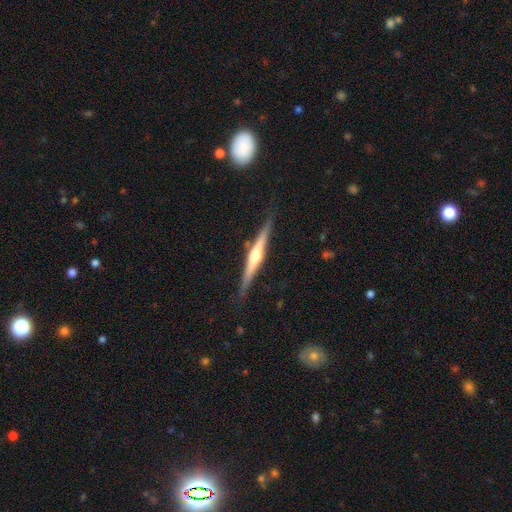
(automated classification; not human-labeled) Smooth or featured: featured or disk — 74% (smooth — 21%)
Edge-on disk: yes — 98% (no — 2%)
Edge-on bulge: rounded — 88% (none — 7%)
Merging: none — 87% (minor disturbance — 10%)